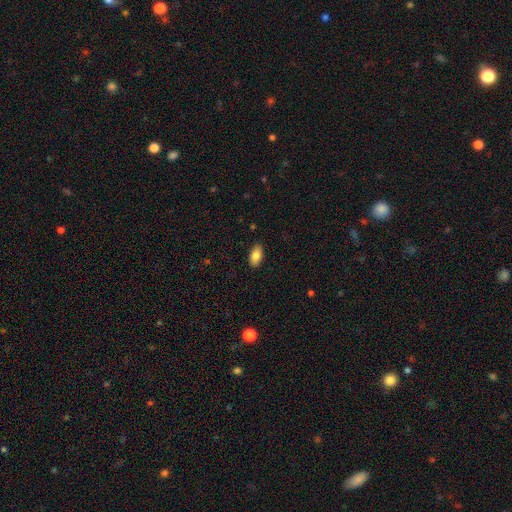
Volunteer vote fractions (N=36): A smooth galaxy with no disk features (92%) that is in between round and cigar-shaped (94%).

Vote fractions:
- Smooth or featured? smooth: 92% / featured or disk: 8% / star or artifact: 0%
- How rounded? in between: 94% / round: 3% / cigar-shaped: 3%
- Merging? none: 94% / minor disturbance: 6% / major disturbance: 0% / merger: 0%